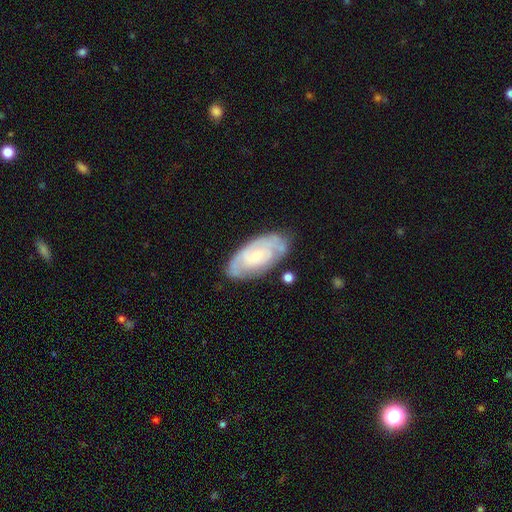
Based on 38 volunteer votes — smooth_or_featured: featured or disk (p=0.79) [alt: smooth p=0.16]
disk_edge_on: no (p=0.90) [alt: yes p=0.10]
bar: weak (p=0.44) [tied with: no p=0.44]
has_spiral_arms: yes (p=0.70) [alt: no p=0.30]
spiral_winding: tight (p=0.63) [alt: medium p=0.32]
spiral_arm_count: can't tell (p=0.53) [alt: 2 p=0.32]
bulge_size: moderate (p=0.44) [tied with: small p=0.44]
merging: none (p=0.86) [alt: minor disturbance p=0.08]